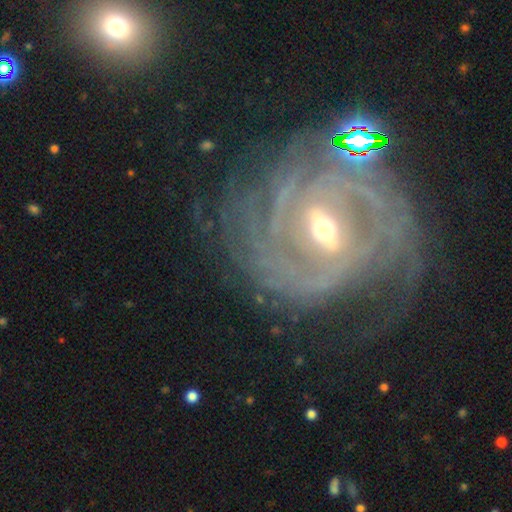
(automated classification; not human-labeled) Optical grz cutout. It shows a featured or disk galaxy (88%) with a strong bar (49%), tight (69%) spiral arms (96%) and a moderate central bulge (53%). Merging: none (67%).